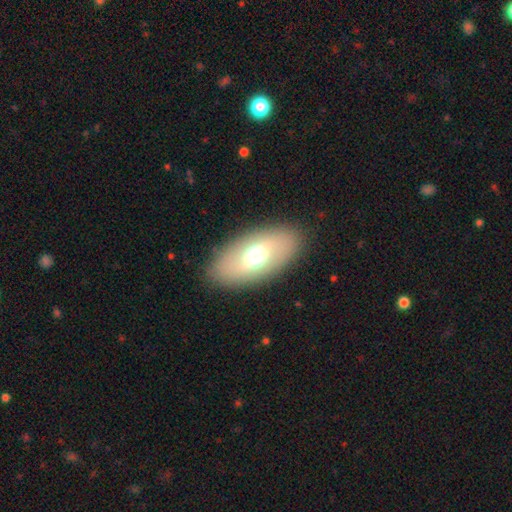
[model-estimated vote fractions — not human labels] smooth 61%, featured or disk 31%, star or artifact 8%. Down the decision tree: how rounded — in between (91%); merging — none (87%).